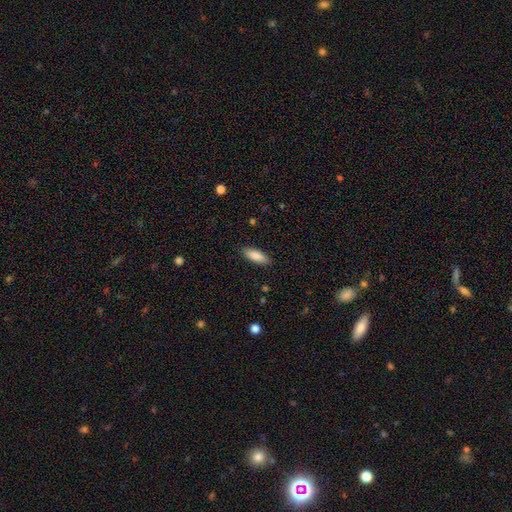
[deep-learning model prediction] Smooth or featured? smooth (87%)
How rounded? in between (67%)
Merging? none (88%)